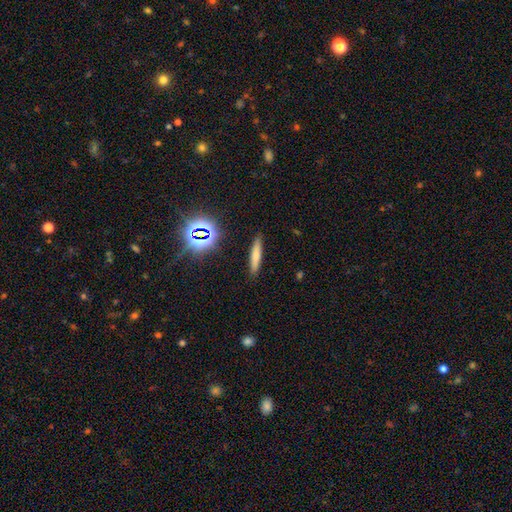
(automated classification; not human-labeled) Morphology: type=smooth (65%); roundness=cigar-shaped (87%); merging=none (88%).